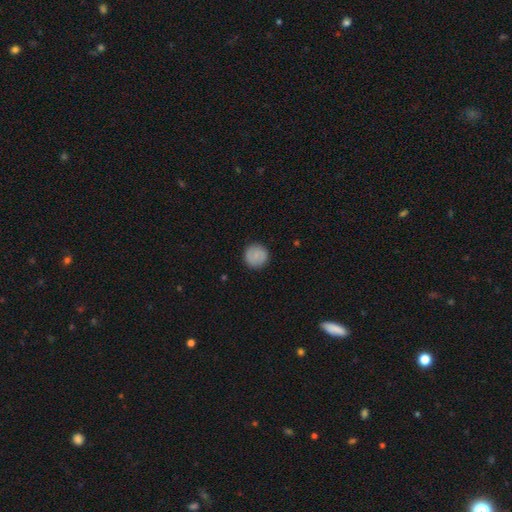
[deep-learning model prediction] Overall: smooth (80%). How rounded: round (95%). Merging: none (90%).